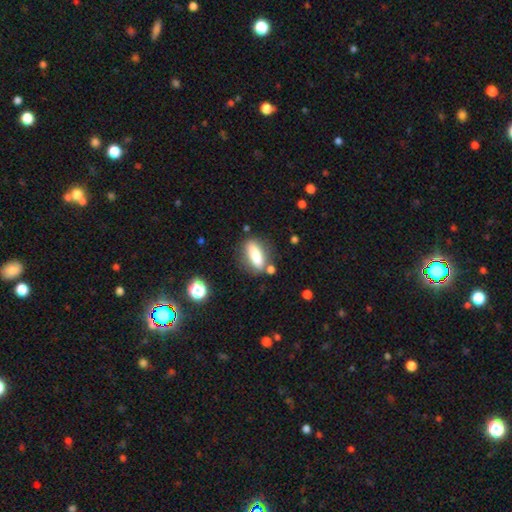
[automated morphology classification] This is likely a smooth galaxy (79%). How rounded: possibly in between (60%). Merging: likely none (72%).